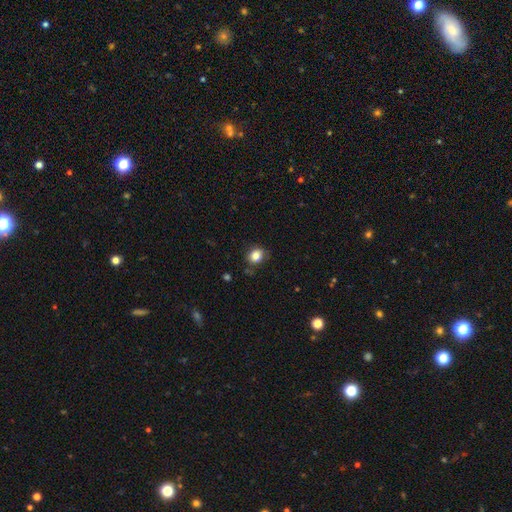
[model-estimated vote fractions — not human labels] Overall: smooth (82%). How rounded: round (62%; in between 37%). Merging: none (78%).